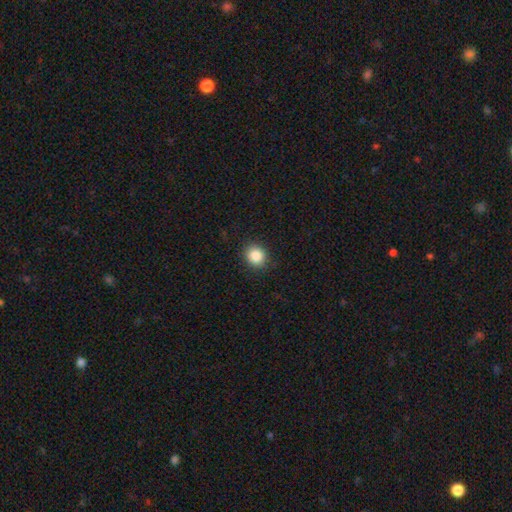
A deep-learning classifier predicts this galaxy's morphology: Overall: smooth (87%). How rounded: round (75%). Merging: none (89%).